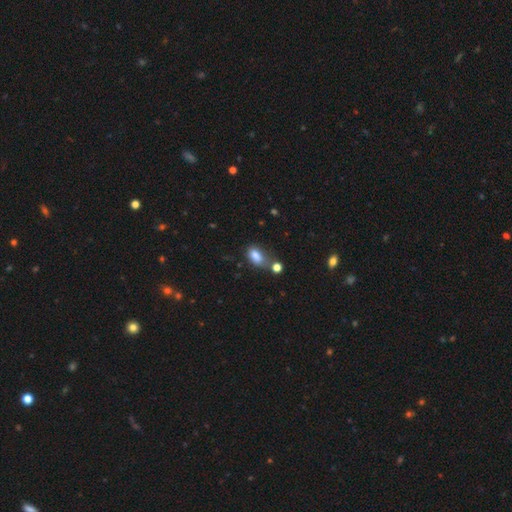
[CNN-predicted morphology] Smooth or featured?
  - smooth: 82% *
  - star or artifact: 10%
  - featured or disk: 8%
How rounded?
  - in between: 87% *
  - round: 10%
  - cigar-shaped: 3%
Merging?
  - none: 51% *
  - minor disturbance: 21%
  - merger: 19%
  - major disturbance: 8%